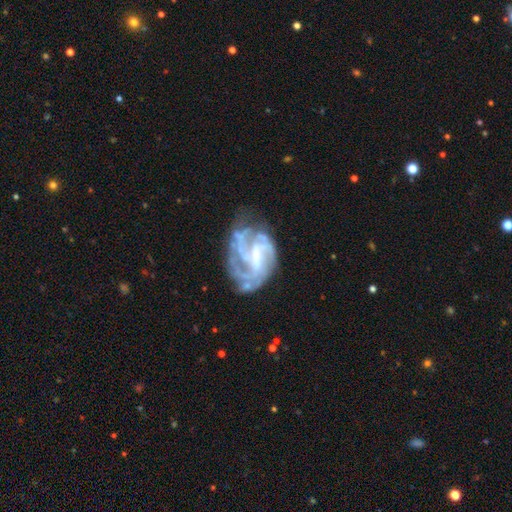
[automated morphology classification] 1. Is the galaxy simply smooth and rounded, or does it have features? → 85% featured or disk, 8% smooth, 7% star or artifact.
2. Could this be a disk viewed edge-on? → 98% no, 2% yes.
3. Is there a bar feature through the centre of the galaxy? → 49% weak, 27% no, 24% strong.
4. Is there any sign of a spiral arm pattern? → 89% yes, 11% no.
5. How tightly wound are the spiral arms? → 45% tight, 40% medium, 15% loose.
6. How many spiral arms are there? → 33% can't tell, 24% 3, 19% 4, 13% 2, 6% more than 4, 6% 1.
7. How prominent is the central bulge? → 47% small, 27% none, 22% moderate, 3% large, 1% dominant.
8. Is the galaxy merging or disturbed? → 52% none, 24% minor disturbance, 21% major disturbance, 3% merger.